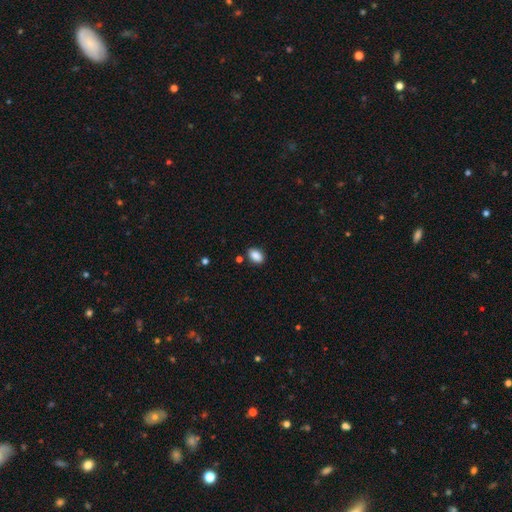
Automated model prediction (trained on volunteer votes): Q: Smooth or featured?
A: smooth (89%); runner-up: star or artifact (8%)
Q: How rounded?
A: in between (87%); runner-up: round (11%)
Q: Merging?
A: none (85%); runner-up: minor disturbance (10%)